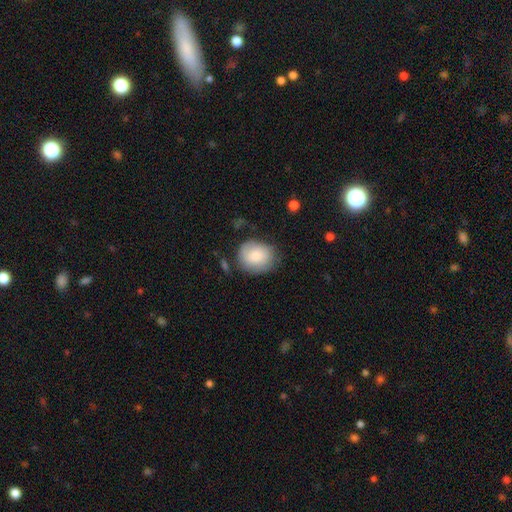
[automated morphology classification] Smooth or featured?
  - smooth: 81% *
  - featured or disk: 12%
  - star or artifact: 7%
How rounded?
  - round: 60% *
  - in between: 39%
  - cigar-shaped: 1%
Merging?
  - none: 65% *
  - minor disturbance: 24%
  - major disturbance: 8%
  - merger: 3%